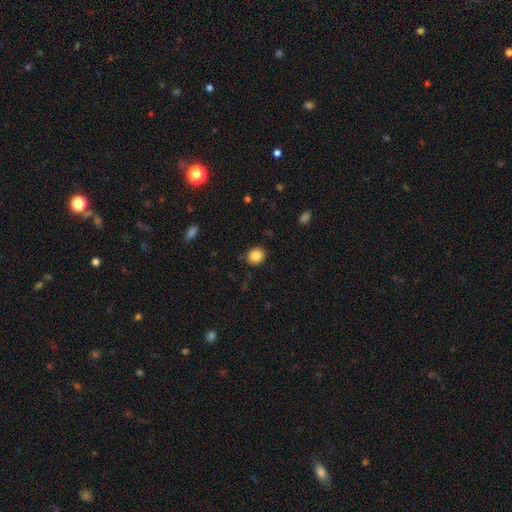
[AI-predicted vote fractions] Q: Smooth or featured?
A: smooth (84%); runner-up: star or artifact (10%)
Q: How rounded?
A: round (71%); runner-up: in between (28%)
Q: Merging?
A: none (85%); runner-up: minor disturbance (12%)